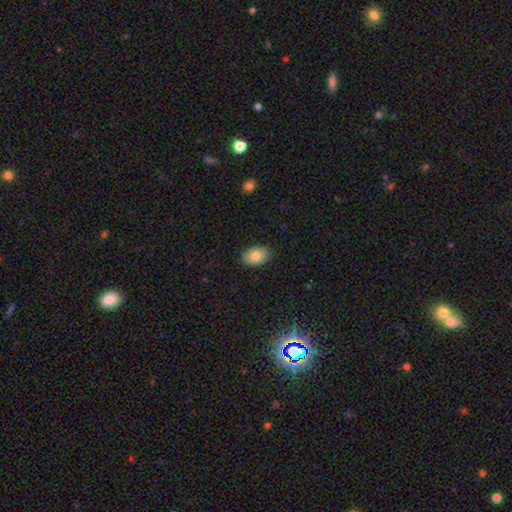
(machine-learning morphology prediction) Smooth or featured: smooth — 80% (featured or disk — 12%)
How rounded: in between — 82% (round — 16%)
Merging: none — 88% (minor disturbance — 9%)